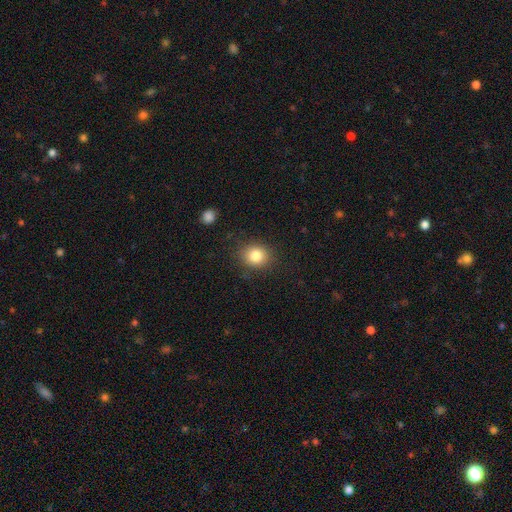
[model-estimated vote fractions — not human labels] smooth-or-featured: smooth: 82% | star or artifact: 11% | featured or disk: 7%
  how-rounded: round: 72% | in between: 27% | cigar-shaped: 1%
  merging: none: 86% | minor disturbance: 10% | major disturbance: 3% | merger: 1%